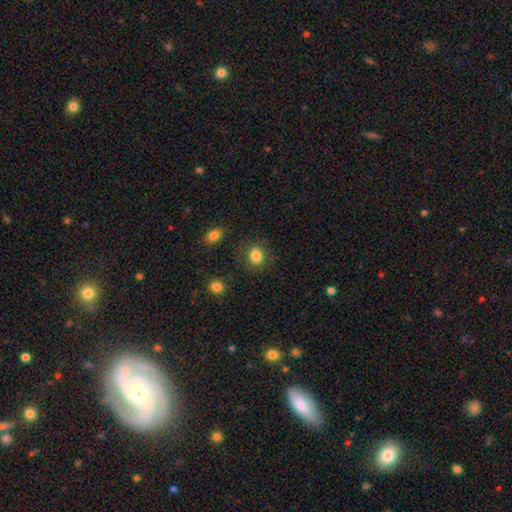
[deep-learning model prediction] Smooth or featured?
  - smooth: 85% *
  - star or artifact: 10%
  - featured or disk: 5%
How rounded?
  - round: 63% *
  - in between: 36%
  - cigar-shaped: 1%
Merging?
  - none: 85% *
  - minor disturbance: 10%
  - major disturbance: 4%
  - merger: 2%